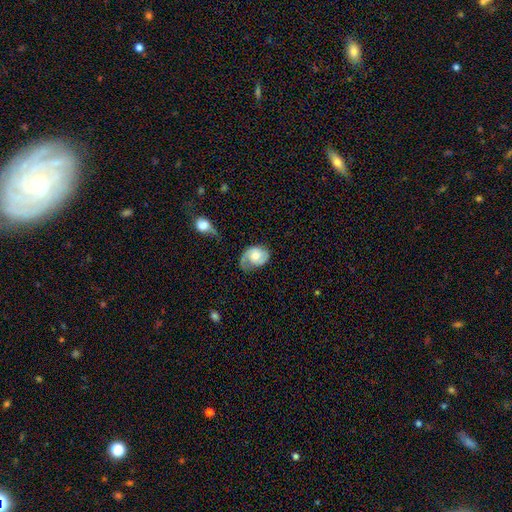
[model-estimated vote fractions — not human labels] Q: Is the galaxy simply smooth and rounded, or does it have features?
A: featured or disk — 59%.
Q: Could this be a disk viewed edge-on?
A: no — 97%.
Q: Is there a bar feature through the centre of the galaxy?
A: no — 71%.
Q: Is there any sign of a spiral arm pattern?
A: yes — 87%.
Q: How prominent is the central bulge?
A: moderate — 59%.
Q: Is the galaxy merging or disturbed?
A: none — 42%.